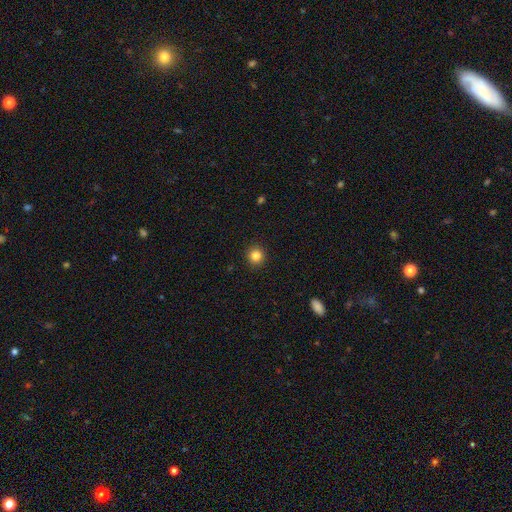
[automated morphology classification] This appears to be a smooth galaxy with no disk features (84%) that is round (93%). Merging: none (93%).